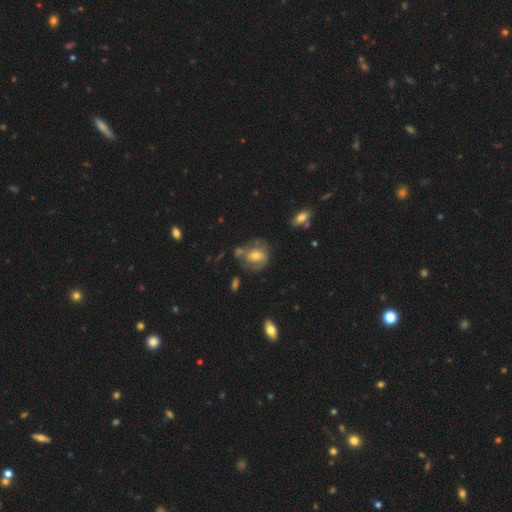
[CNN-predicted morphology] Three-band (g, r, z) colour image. It shows a featured or disk galaxy (54%) with no bar (52%), spiral arms (58%) and a moderate central bulge (62%). Merging: none (48%).